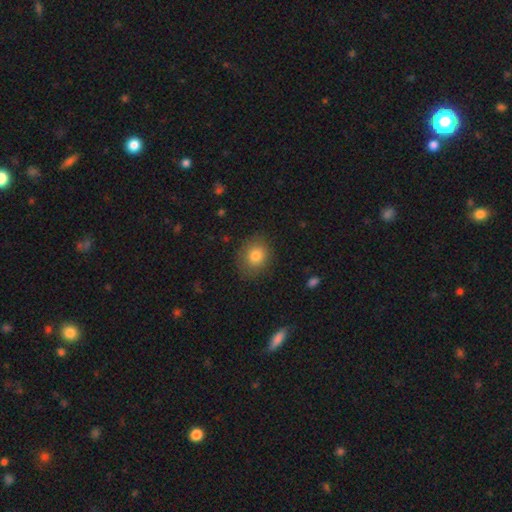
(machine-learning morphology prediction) A smooth galaxy with no disk features (81%) that is round (64%).

Vote fractions:
- Smooth or featured? smooth: 81% / star or artifact: 10% / featured or disk: 9%
- How rounded? round: 64% / in between: 35% / cigar-shaped: 1%
- Merging? none: 83% / minor disturbance: 12% / major disturbance: 4% / merger: 1%